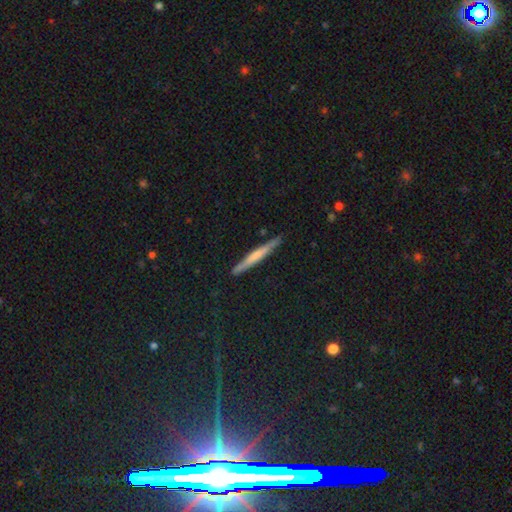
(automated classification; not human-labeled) Overall: smooth (47%; featured or disk 46%). Merging: none (89%).